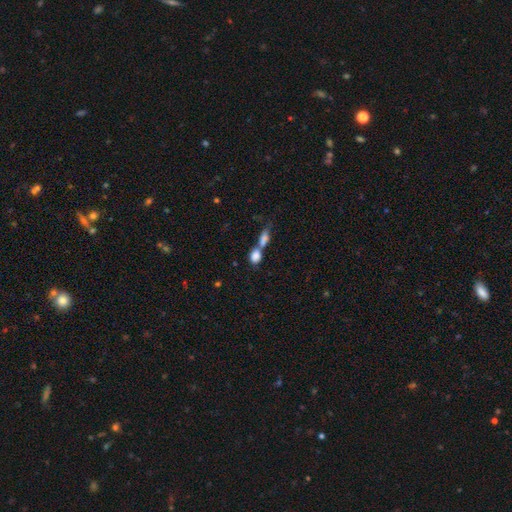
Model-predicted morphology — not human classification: Smooth or featured? Predicted: smooth (p=0.80). How rounded? Predicted: in between (p=0.56). Merging? Predicted: merger (p=0.66).